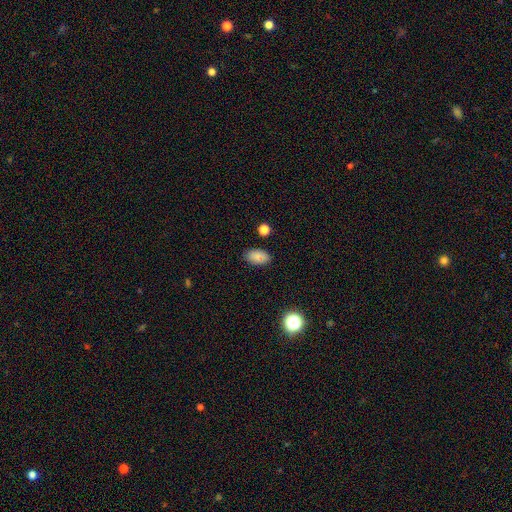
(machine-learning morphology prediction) Smooth or featured? Predicted: smooth (p=0.82). How rounded? Predicted: in between (p=0.92). Merging? Predicted: none (p=0.83).